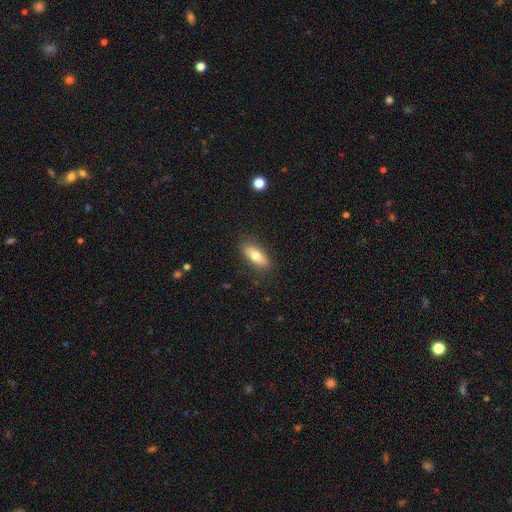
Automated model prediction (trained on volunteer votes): smooth 72%, featured or disk 21%, star or artifact 7%. Down the decision tree: how rounded — in between (77%); merging — none (86%).